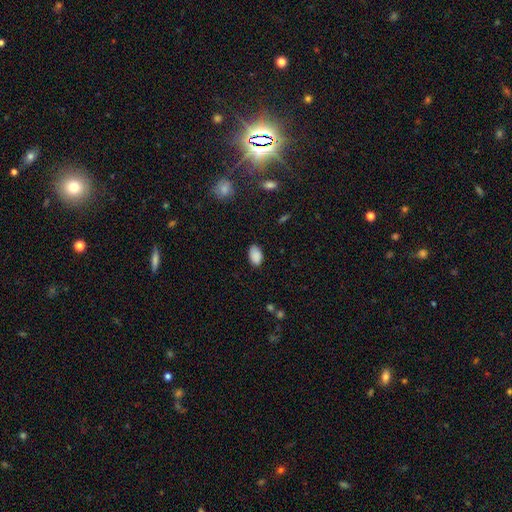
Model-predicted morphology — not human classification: type=smooth (89%); roundness=in between (91%); merging=none (83%).